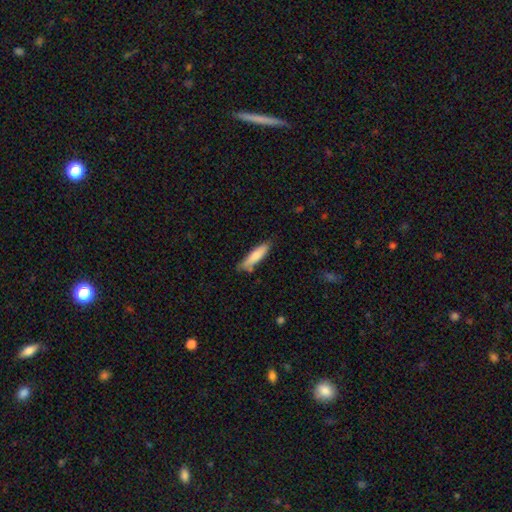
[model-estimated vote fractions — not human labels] The model was most divided on "how rounded": cigar-shaped: 72%, in between: 27%, round: 1%. More confident: smooth or featured — smooth (78%); merging — none (76%).